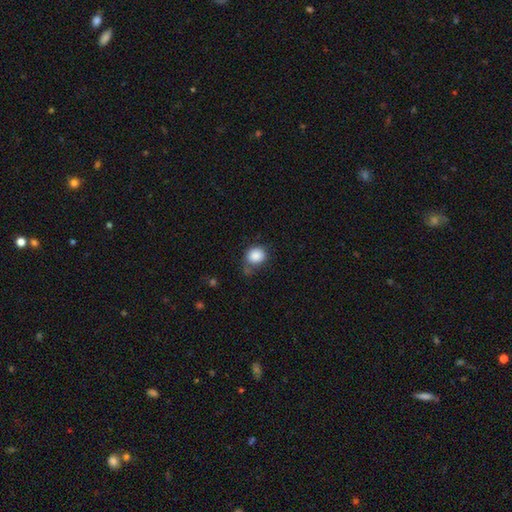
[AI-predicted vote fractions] Smooth or featured? smooth (87%)
How rounded? round (73%)
Merging? none (62%)